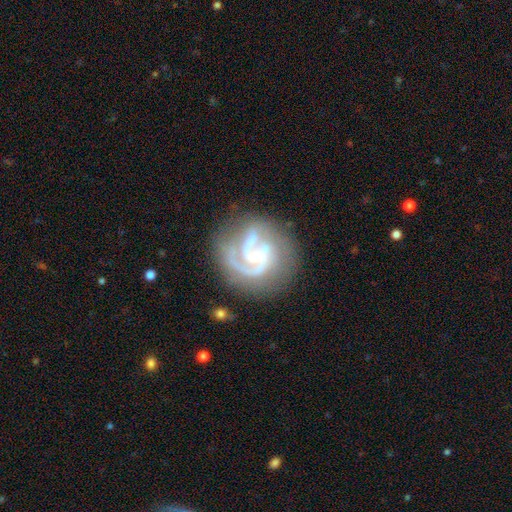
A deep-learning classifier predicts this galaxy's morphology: Smooth or featured?
  - featured or disk: 89% *
  - smooth: 6%
  - star or artifact: 5%
Edge-on disk?
  - no: 98% *
  - yes: 2%
Bar?
  - no: 45% *
  - weak: 41%
  - strong: 15%
Spiral arms?
  - yes: 97% *
  - no: 3%
Spiral winding?
  - medium: 46% *
  - tight: 43%
  - loose: 11%
Spiral arm count?
  - 2: 46% *
  - 3: 24%
  - 1: 13%
  - can't tell: 10%
  - 4: 4%
  - more than 4: 4%
Bulge size?
  - small: 67% *
  - moderate: 25%
  - none: 5%
  - large: 2%
  - dominant: 1%
Merging?
  - none: 64% *
  - minor disturbance: 17%
  - major disturbance: 14%
  - merger: 4%